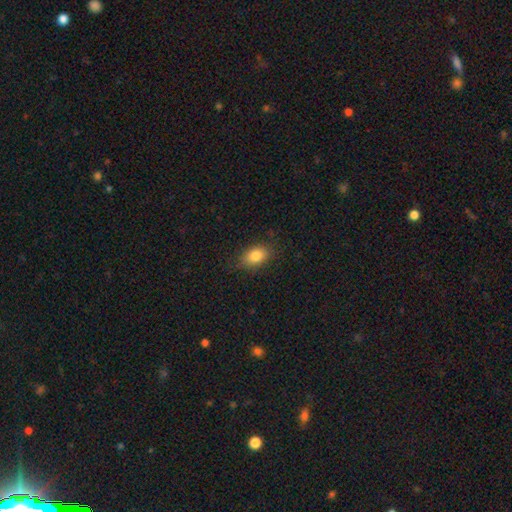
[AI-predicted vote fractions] Smooth or featured?
  - smooth: 83% *
  - star or artifact: 9%
  - featured or disk: 9%
How rounded?
  - in between: 83% *
  - round: 15%
  - cigar-shaped: 2%
Merging?
  - none: 83% *
  - minor disturbance: 13%
  - major disturbance: 3%
  - merger: 1%